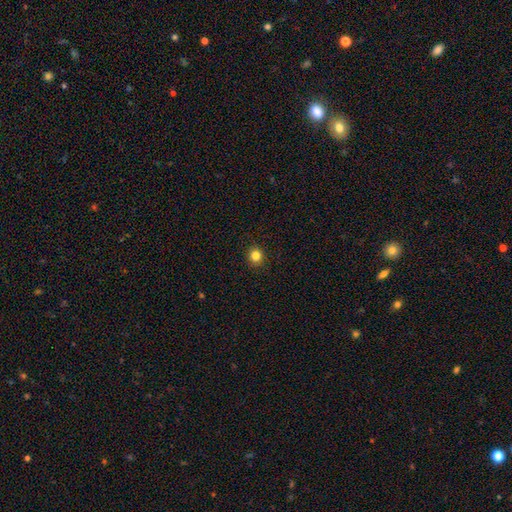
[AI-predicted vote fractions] Overall: smooth (82%). How rounded: round (89%). Merging: none (92%).